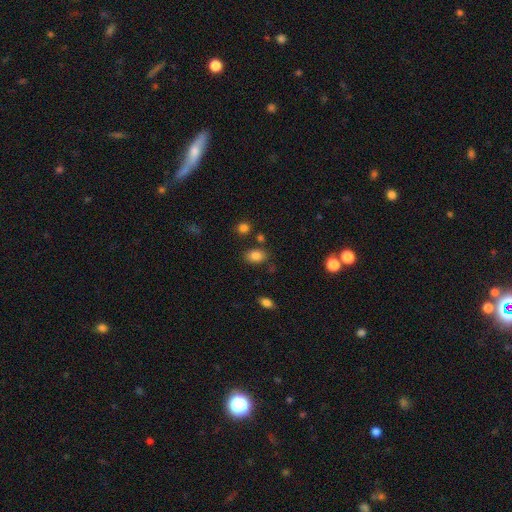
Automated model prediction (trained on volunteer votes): smooth 84%, star or artifact 10%, featured or disk 6%. Down the decision tree: how rounded — in between (77%); merging — none (78%).